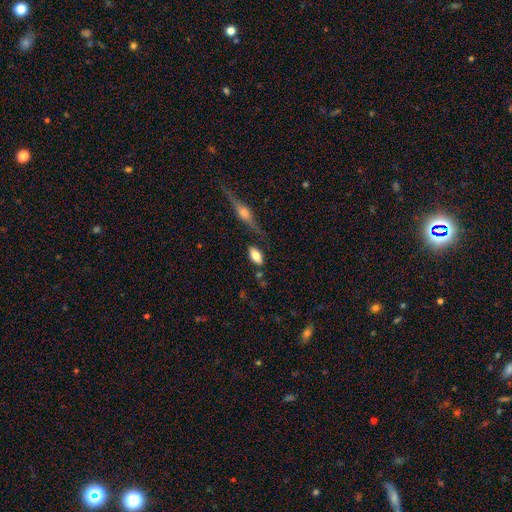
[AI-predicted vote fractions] Morphology: type=smooth (74%); roundness=in between (89%); merging=none (72%).